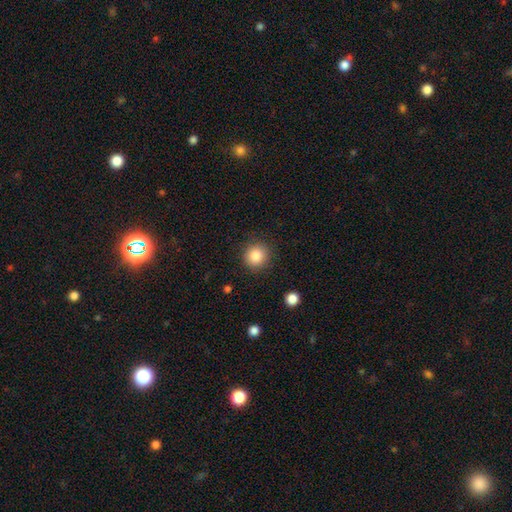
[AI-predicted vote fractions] Overall: smooth (86%). How rounded: round (92%). Merging: none (89%).